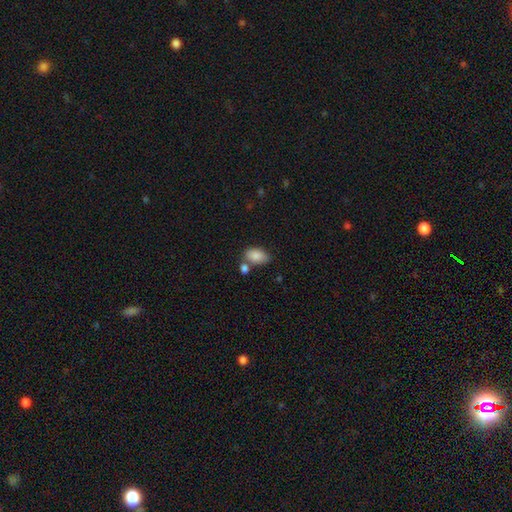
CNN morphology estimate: smooth 86%, star or artifact 8%, featured or disk 7%. Down the decision tree: how rounded — in between (91%); merging — none (55%).